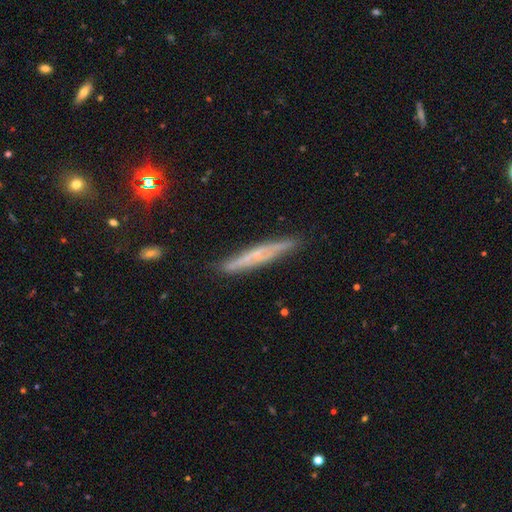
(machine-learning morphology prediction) Smooth or featured: featured or disk — 54% (smooth — 36%)
Edge-on disk: yes — 89% (no — 11%)
Merging: none — 83% (minor disturbance — 13%)